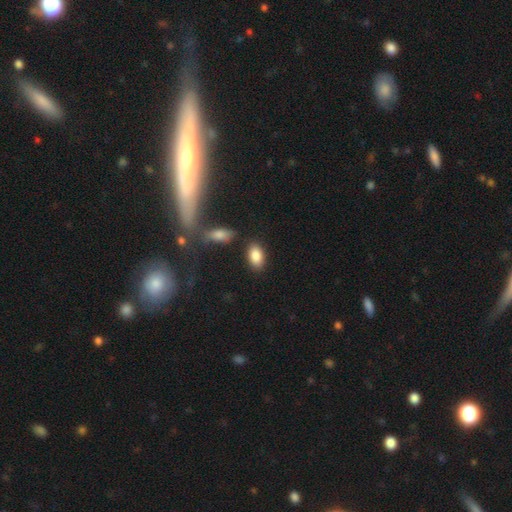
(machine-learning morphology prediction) smooth-or-featured: smooth: 87% | star or artifact: 7% | featured or disk: 6%
  how-rounded: in between: 92% | round: 6% | cigar-shaped: 2%
  merging: none: 82% | minor disturbance: 10% | merger: 5% | major disturbance: 3%